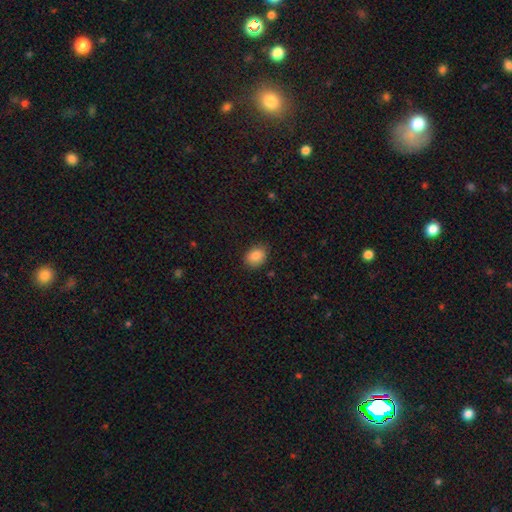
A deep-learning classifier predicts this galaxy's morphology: The model was most divided on "how rounded": in between: 67%, round: 32%, cigar-shaped: 1%. More confident: smooth or featured — smooth (87%); merging — none (84%).